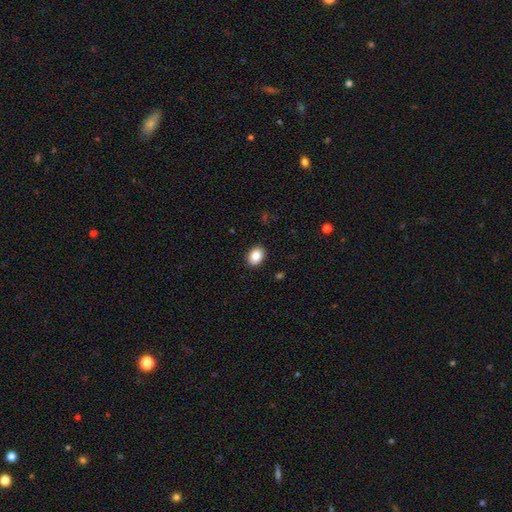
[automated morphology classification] This appears to be a smooth galaxy with no disk features (85%) that is in between round and cigar-shaped (68%). Merging: none (90%).